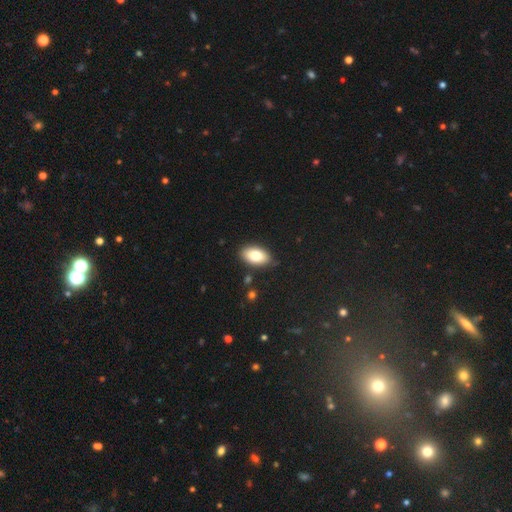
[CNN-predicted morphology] Q: Smooth or featured?
A: smooth (77%); runner-up: featured or disk (15%)
Q: How rounded?
A: in between (92%); runner-up: round (6%)
Q: Merging?
A: none (85%); runner-up: minor disturbance (10%)